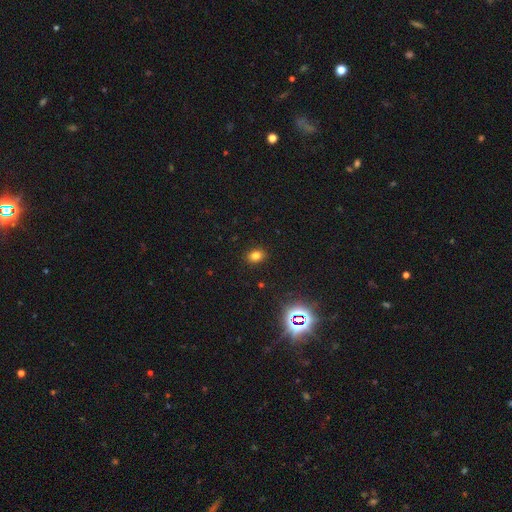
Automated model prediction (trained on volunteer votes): Overall: smooth (76%). How rounded: in between (60%; round 38%). Merging: none (89%).